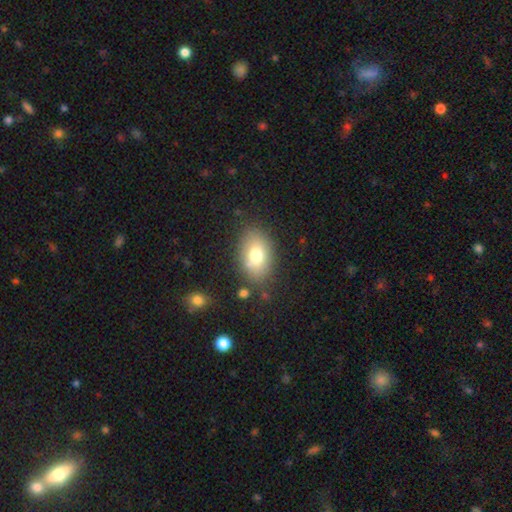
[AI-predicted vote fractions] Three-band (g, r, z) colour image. It shows a smooth galaxy with no disk features (74%) that is in between round and cigar-shaped (85%). Merging: none (76%).